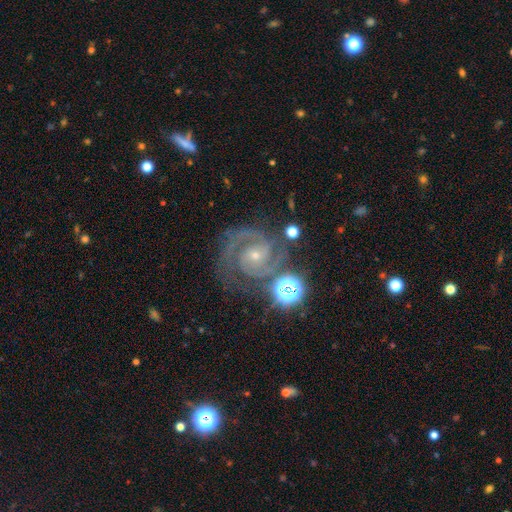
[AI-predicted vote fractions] Morphology: type=featured or disk (87%); edge-on=no (98%); bar=no (59%); spiral arms=yes (98%); winding=tight (51%); arm count=2 (68%); bulge=small (63%); merging=none (65%).